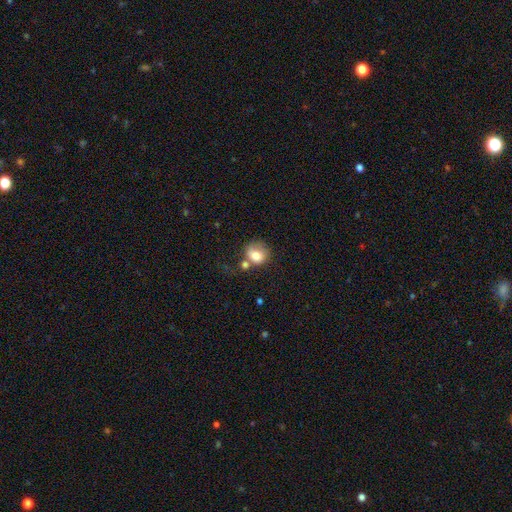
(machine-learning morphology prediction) This is likely a smooth galaxy (77%). How rounded: likely round (71%). Merging: marginally none (38%).